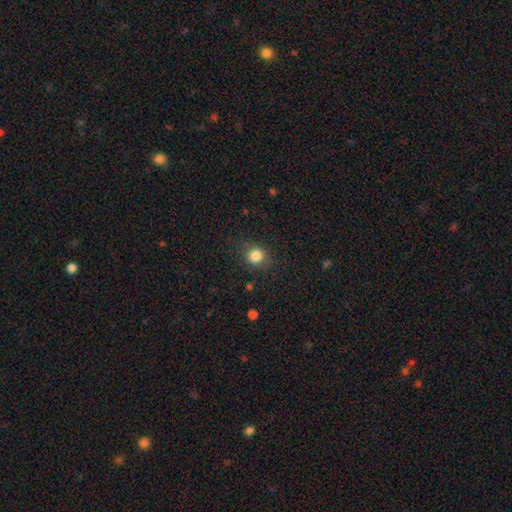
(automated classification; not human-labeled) smooth 84%, star or artifact 11%, featured or disk 5%. Down the decision tree: how rounded — round (84%); merging — none (83%).